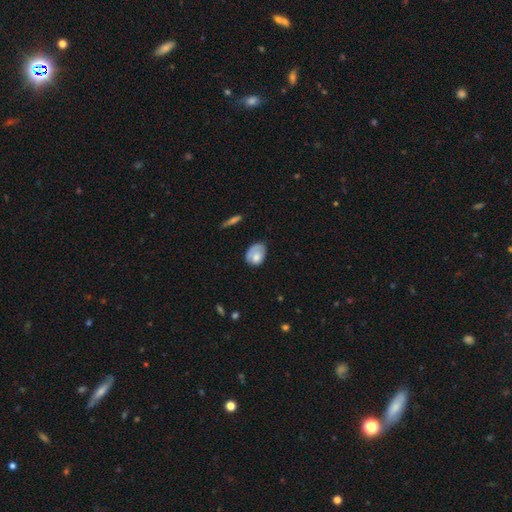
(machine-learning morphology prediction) smooth_or_featured: smooth (p=0.67) [alt: featured or disk p=0.26]
how_rounded: in between (p=0.72) [alt: round p=0.27]
merging: none (p=0.44) [alt: minor disturbance p=0.34]